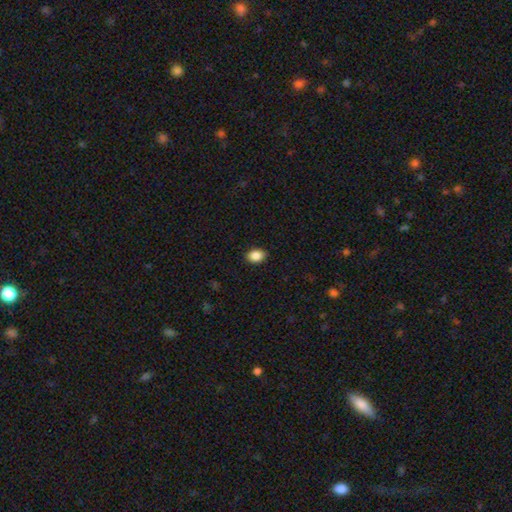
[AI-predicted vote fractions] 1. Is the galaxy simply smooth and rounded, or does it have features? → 88% smooth, 8% star or artifact, 4% featured or disk.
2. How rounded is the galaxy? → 76% in between, 23% round, 1% cigar-shaped.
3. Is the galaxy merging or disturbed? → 89% none, 9% minor disturbance, 2% major disturbance, 1% merger.